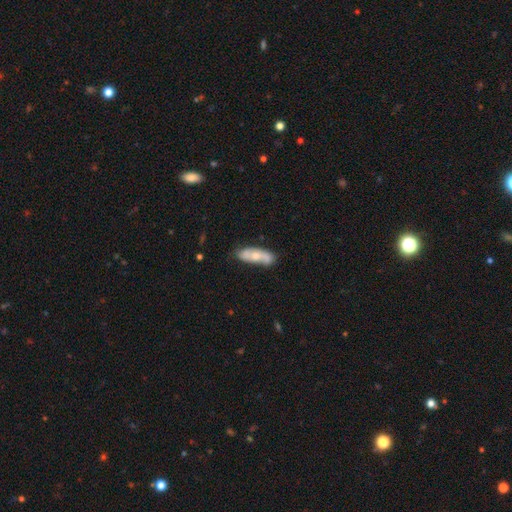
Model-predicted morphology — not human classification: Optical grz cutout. It shows a smooth galaxy with no disk features (49%). Merging: none (70%).